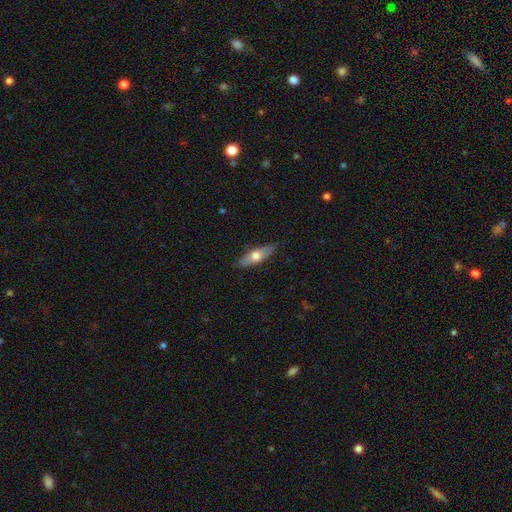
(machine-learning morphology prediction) Smooth or featured? Predicted: smooth (p=0.57). How rounded? Predicted: in between (p=0.56). Merging? Predicted: none (p=0.85).